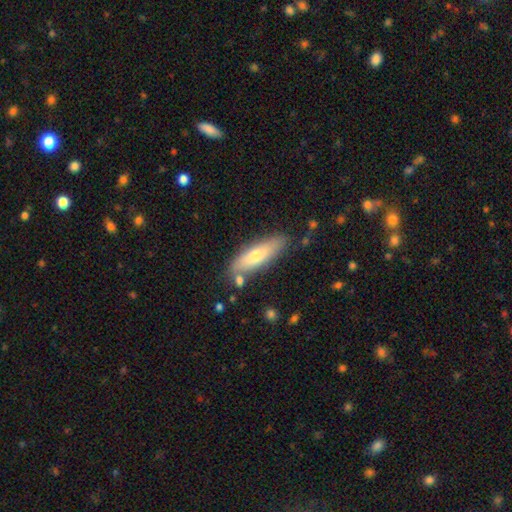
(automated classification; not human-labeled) Smooth or featured? smooth (65%)
How rounded? cigar-shaped (61%)
Merging? none (78%)